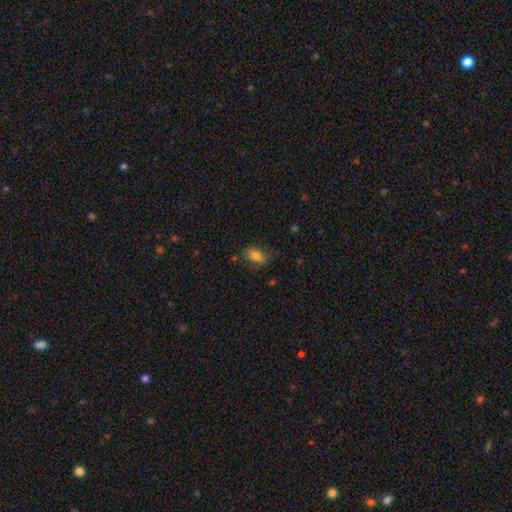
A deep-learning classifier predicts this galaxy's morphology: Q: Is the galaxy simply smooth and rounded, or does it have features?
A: smooth — 72%.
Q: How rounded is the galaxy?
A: in between — 84%.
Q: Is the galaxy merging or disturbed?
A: none — 69%.